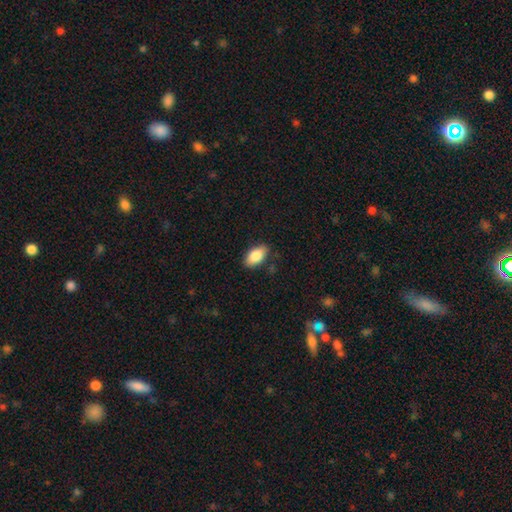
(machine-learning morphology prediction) Q: Smooth or featured?
A: smooth (84%); runner-up: featured or disk (10%)
Q: How rounded?
A: in between (92%); runner-up: round (4%)
Q: Merging?
A: none (84%); runner-up: minor disturbance (12%)